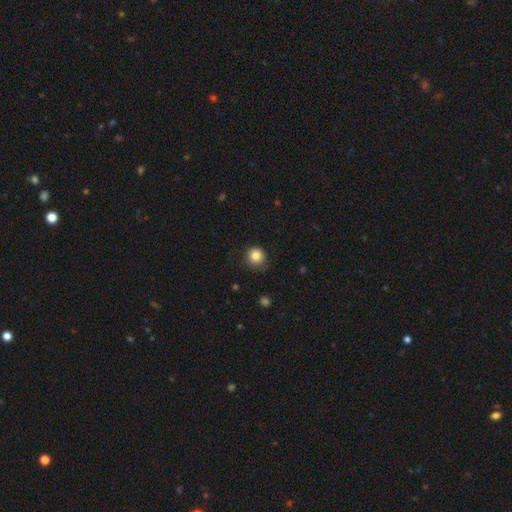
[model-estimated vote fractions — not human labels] This appears to be a smooth galaxy with no disk features (84%) that is round (93%). Merging: none (84%).